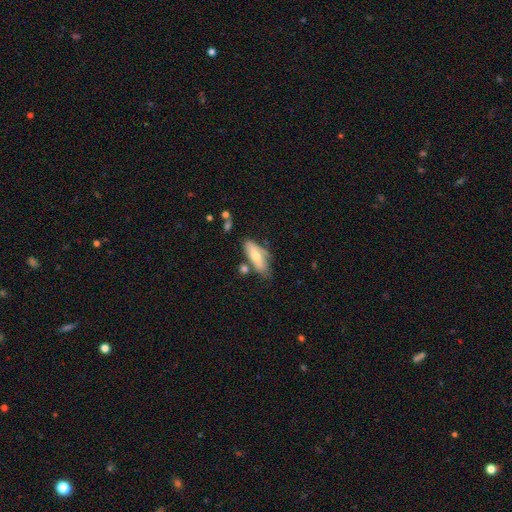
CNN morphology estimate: type=smooth (54%); roundness=in between (71%); merging=none (54%).